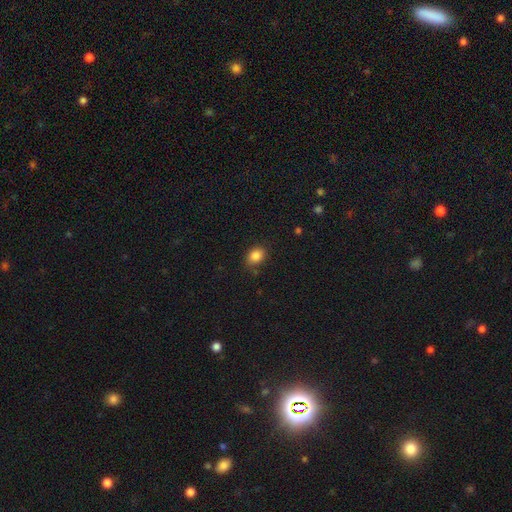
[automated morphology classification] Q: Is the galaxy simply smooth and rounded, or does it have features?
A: smooth — 85%.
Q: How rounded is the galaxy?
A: in between — 57%.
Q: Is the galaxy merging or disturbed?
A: none — 78%.